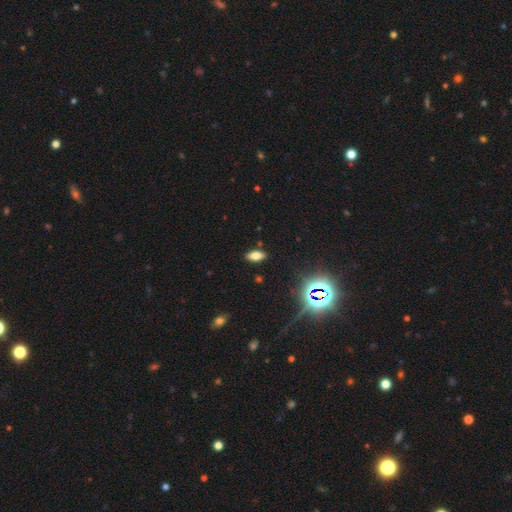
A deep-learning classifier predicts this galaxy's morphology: A smooth galaxy with no disk features (69%) that is in between round and cigar-shaped (83%). Merging: none (87%).